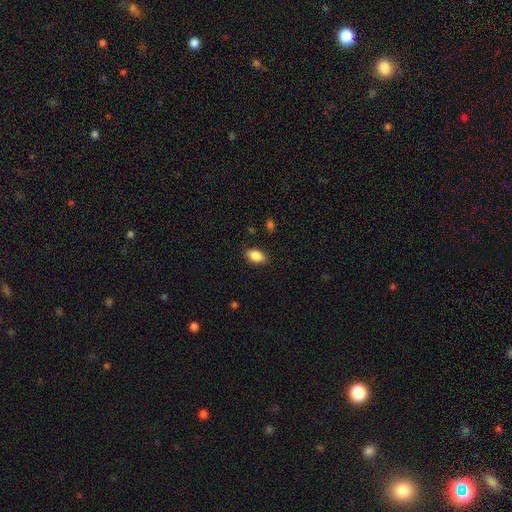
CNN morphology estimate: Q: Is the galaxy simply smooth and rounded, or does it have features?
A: smooth — 88%.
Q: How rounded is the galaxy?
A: in between — 91%.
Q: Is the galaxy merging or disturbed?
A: none — 87%.